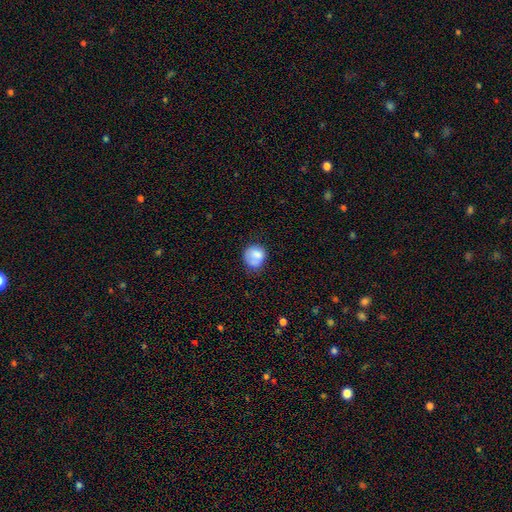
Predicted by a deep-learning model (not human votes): This appears to be a smooth galaxy with no disk features (79%) that is round (74%). Merging: none (53%).